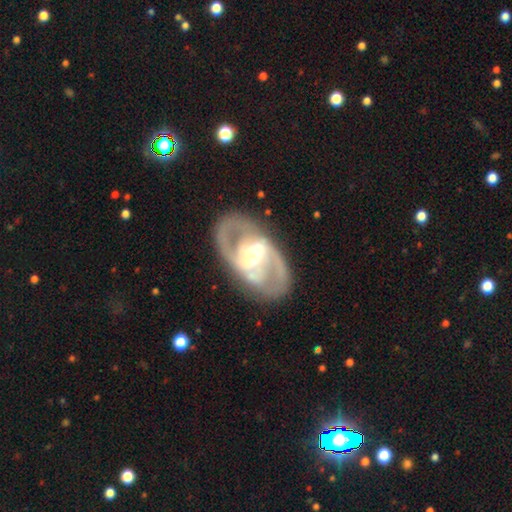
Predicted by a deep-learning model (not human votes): Q: Smooth or featured?
A: featured or disk (89%); runner-up: smooth (7%)
Q: Edge-on disk?
A: no (96%); runner-up: yes (4%)
Q: Bar?
A: strong (47%); runner-up: weak (39%)
Q: Spiral arms?
A: yes (94%); runner-up: no (6%)
Q: Spiral winding?
A: medium (54%); runner-up: tight (30%)
Q: Spiral arm count?
A: 2 (82%); runner-up: 3 (7%)
Q: Bulge size?
A: moderate (57%); runner-up: small (30%)
Q: Merging?
A: none (80%); runner-up: minor disturbance (12%)